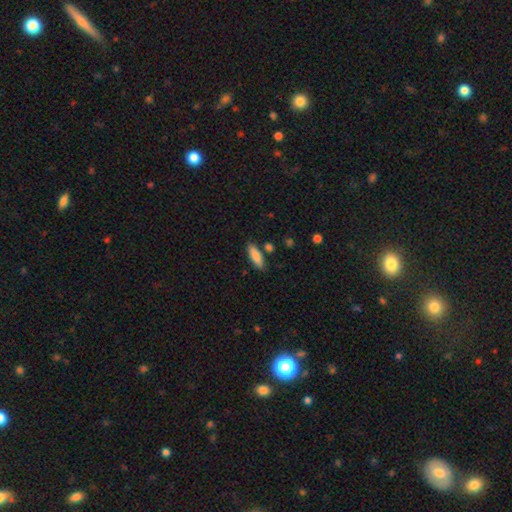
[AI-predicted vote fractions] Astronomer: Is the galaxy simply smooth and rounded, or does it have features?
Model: smooth — 86%.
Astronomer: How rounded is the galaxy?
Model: in between — 54% (runner-up: cigar-shaped, 45%).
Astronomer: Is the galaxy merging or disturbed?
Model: none — 82%.